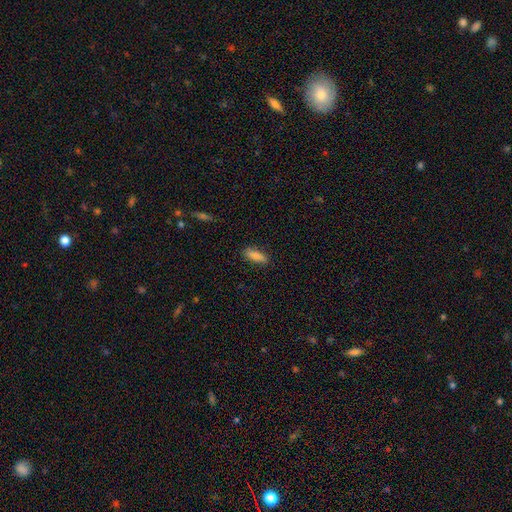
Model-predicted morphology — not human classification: type=smooth (79%); roundness=in between (64%); merging=none (86%).